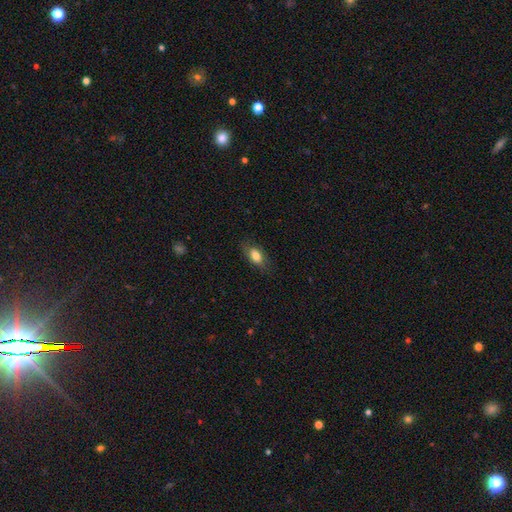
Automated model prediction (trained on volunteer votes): Smooth or featured? Predicted: smooth (p=0.79). How rounded? Predicted: in between (p=0.86). Merging? Predicted: none (p=0.79).